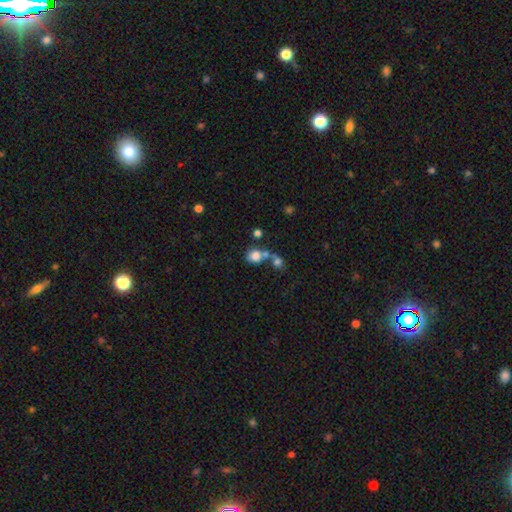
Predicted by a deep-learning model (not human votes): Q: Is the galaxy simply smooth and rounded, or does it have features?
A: smooth — 78%.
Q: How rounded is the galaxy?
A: round — 71%.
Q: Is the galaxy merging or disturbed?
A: none — 43%.